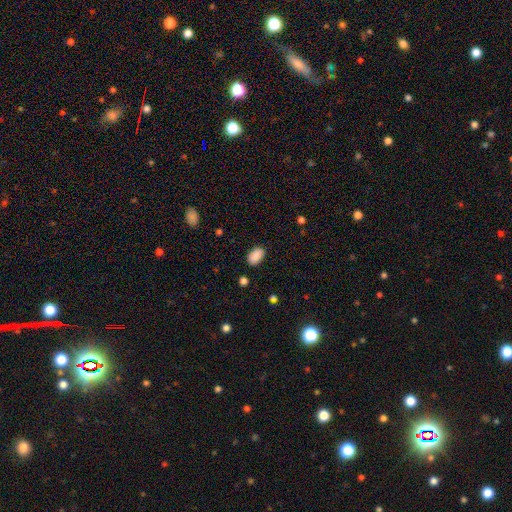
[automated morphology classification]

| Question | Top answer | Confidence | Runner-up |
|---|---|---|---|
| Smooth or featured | smooth | 88% | star or artifact (8%) |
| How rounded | in between | 90% | round (8%) |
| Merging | none | 82% | minor disturbance (14%) |